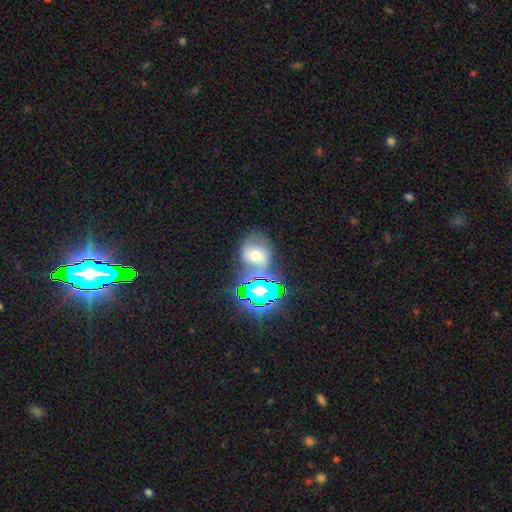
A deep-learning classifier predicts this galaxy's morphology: This is marginally a smooth galaxy (41%). Merging: possibly none (55%).